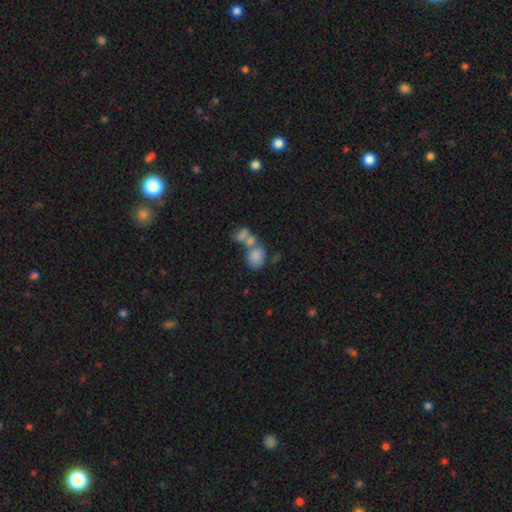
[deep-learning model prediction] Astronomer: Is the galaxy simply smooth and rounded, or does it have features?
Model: smooth — 78%.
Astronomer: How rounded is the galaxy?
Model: in between — 75%.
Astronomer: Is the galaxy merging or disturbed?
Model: merger — 62%.